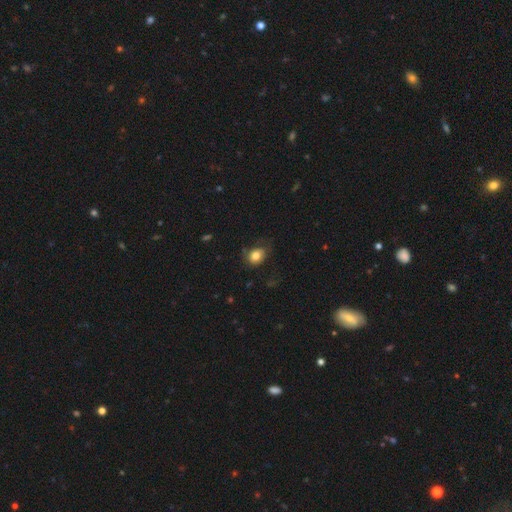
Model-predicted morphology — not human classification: Smooth or featured: smooth — 80% (star or artifact — 10%)
How rounded: round — 52% (in between — 47%)
Merging: none — 63% (minor disturbance — 25%)